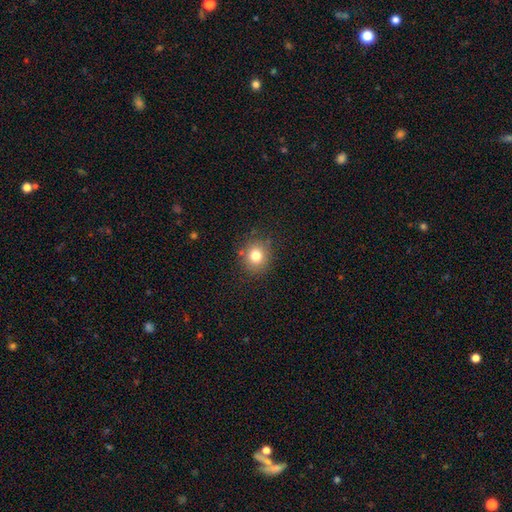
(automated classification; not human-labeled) Overall: smooth (78%). How rounded: round (84%). Merging: none (84%).